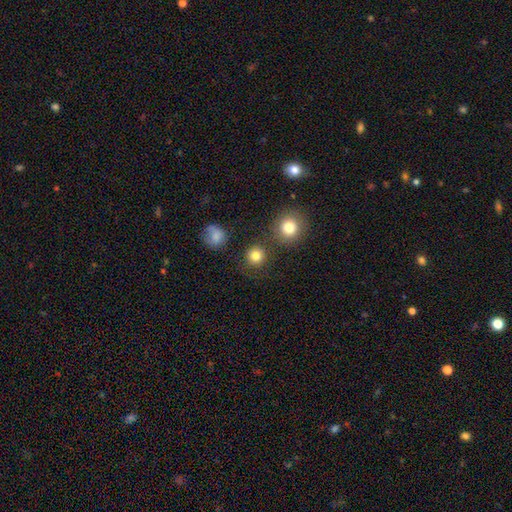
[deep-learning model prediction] Smooth or featured: smooth — 82% (star or artifact — 13%)
How rounded: round — 93% (in between — 6%)
Merging: none — 83% (minor disturbance — 7%)